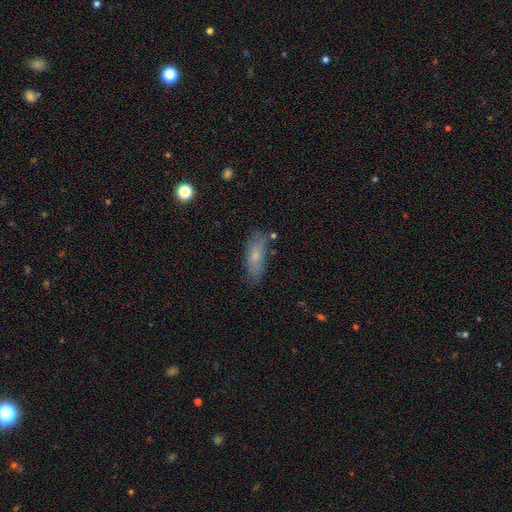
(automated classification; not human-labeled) A smooth galaxy with no disk features (73%) that is in between round and cigar-shaped (62%). Merging: none (74%).